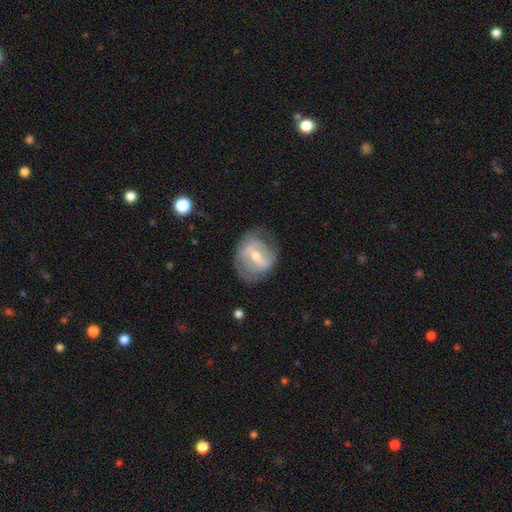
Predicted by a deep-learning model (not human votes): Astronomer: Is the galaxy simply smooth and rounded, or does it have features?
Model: featured or disk — 75%.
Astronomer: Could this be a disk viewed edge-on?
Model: no — 96%.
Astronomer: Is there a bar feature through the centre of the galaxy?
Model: weak — 44% (runner-up: strong, 42%).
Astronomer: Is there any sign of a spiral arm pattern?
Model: yes — 79%.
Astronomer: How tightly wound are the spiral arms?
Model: medium — 41% (runner-up: tight, 36%).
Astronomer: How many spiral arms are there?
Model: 2 — 67%.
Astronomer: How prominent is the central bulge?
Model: moderate — 54% (runner-up: small, 43%).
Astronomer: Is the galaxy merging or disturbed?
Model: none — 67%.